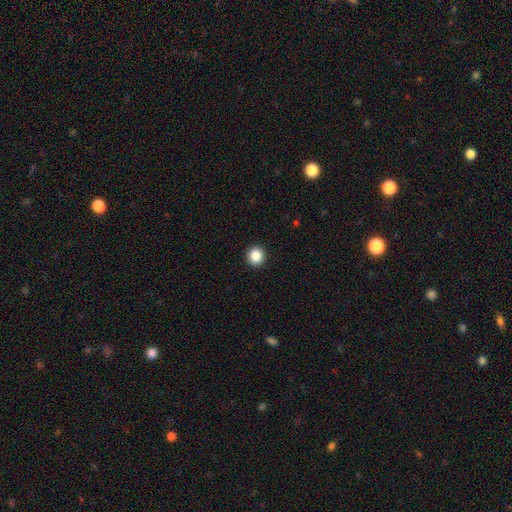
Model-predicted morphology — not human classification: Smooth or featured: smooth — 87% (star or artifact — 10%)
How rounded: round — 91% (in between — 8%)
Merging: none — 93% (minor disturbance — 4%)